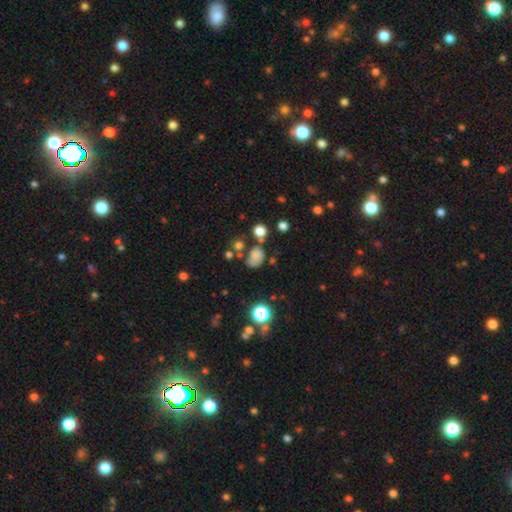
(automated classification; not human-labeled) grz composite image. It shows a smooth galaxy with no disk features (67%) that is in between round and cigar-shaped (50%). Merging: none (43%).